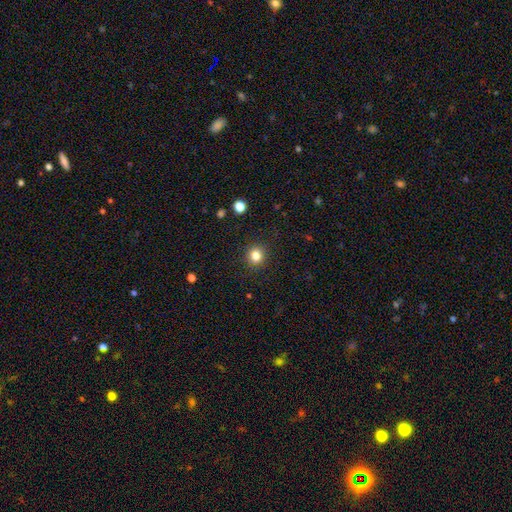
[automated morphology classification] Smooth or featured? Predicted: smooth (p=0.82). How rounded? Predicted: round (p=0.92). Merging? Predicted: none (p=0.91).